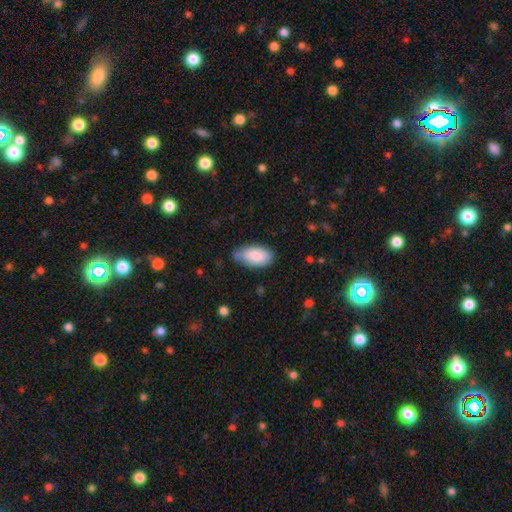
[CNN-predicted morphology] This is clearly a smooth galaxy (86%). How rounded: clearly in between (95%). Merging: likely none (68%).